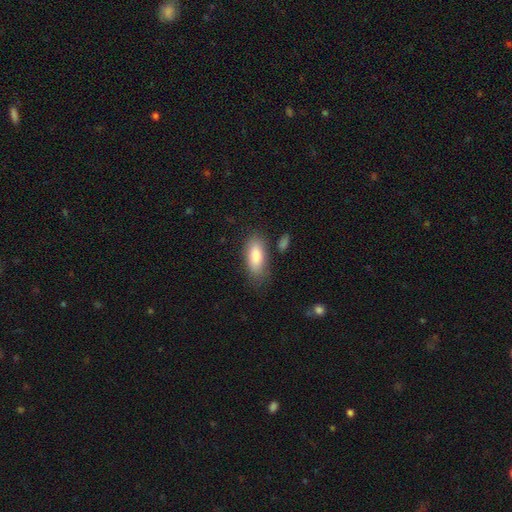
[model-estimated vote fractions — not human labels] smooth 84%, featured or disk 9%, star or artifact 6%. Down the decision tree: how rounded — in between (86%); merging — none (74%).